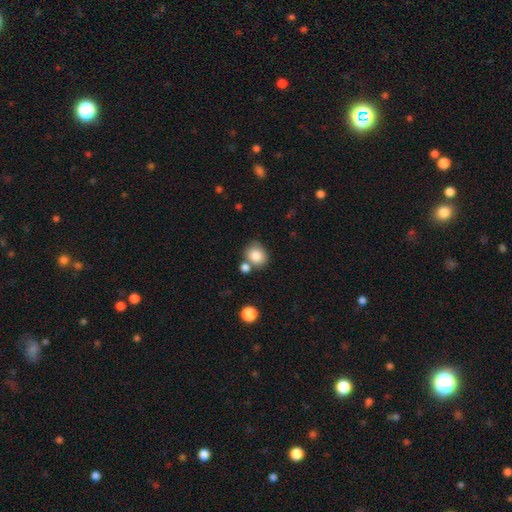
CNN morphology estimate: Overall: smooth (84%). How rounded: round (71%). Merging: none (64%).